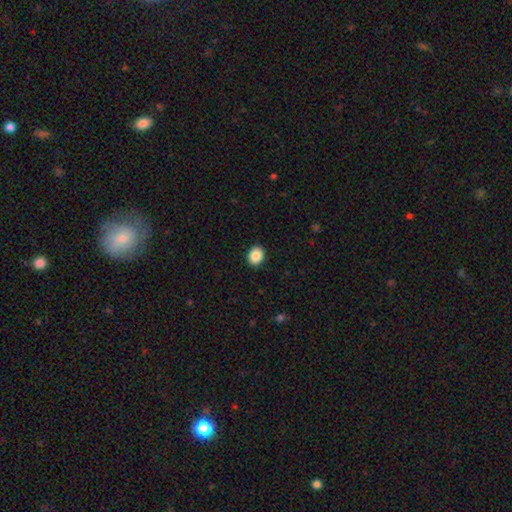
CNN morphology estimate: The model was most divided on "how rounded": round: 59%, in between: 40%, cigar-shaped: 1%. More confident: merging — none (92%); smooth or featured — smooth (88%).